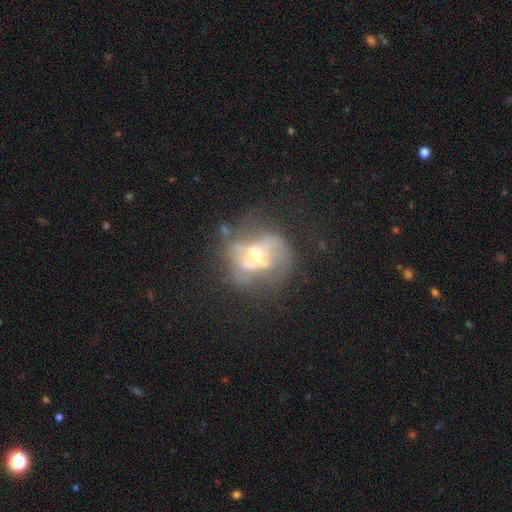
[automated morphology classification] Smooth or featured: featured or disk — 69% (smooth — 20%)
Edge-on disk: no — 95% (yes — 5%)
Bar: no — 56% (weak — 31%)
Spiral arms: no — 55% (yes — 45%)
Bulge size: moderate — 60% (small — 21%)
Merging: none — 35% (major disturbance — 33%)